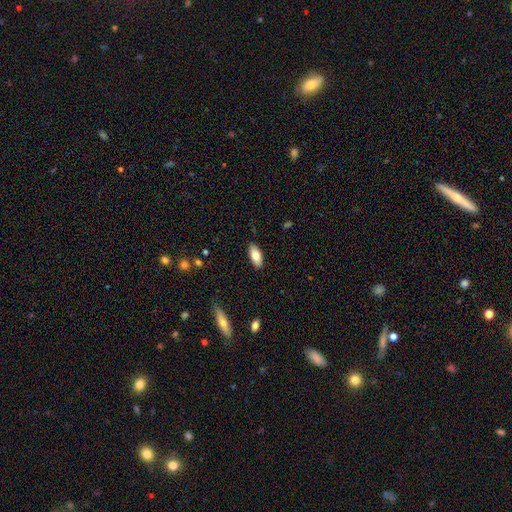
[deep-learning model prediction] smooth_or_featured: smooth (p=0.79) [alt: featured or disk p=0.15]
how_rounded: in between (p=0.89) [alt: cigar-shaped p=0.09]
merging: none (p=0.87) [alt: minor disturbance p=0.10]